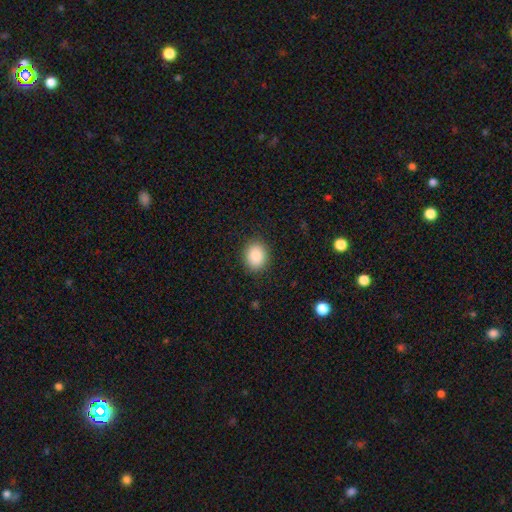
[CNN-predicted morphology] Smooth or featured? Predicted: smooth (p=0.88). How rounded? Predicted: round (p=0.63). Merging? Predicted: none (p=0.89).